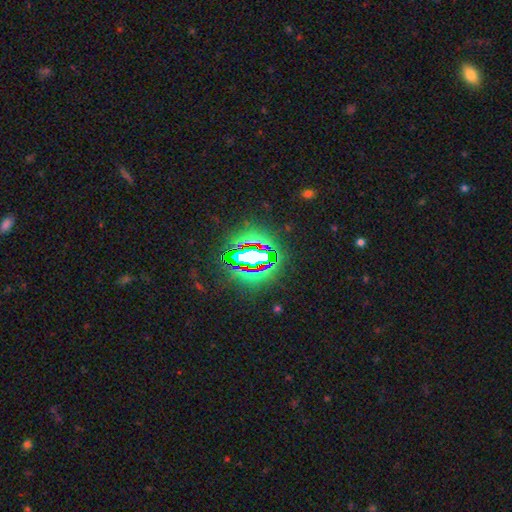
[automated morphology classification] This is likely a star or artifact rather than a galaxy (72%).